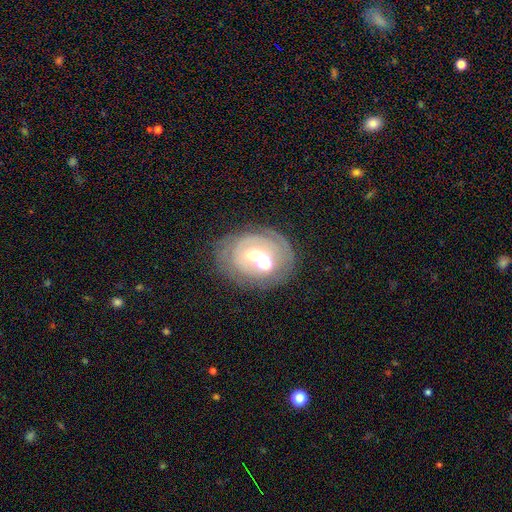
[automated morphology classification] A featured or disk galaxy (65%) with no bar (56%), no spiral arms (58%) and a moderate central bulge (61%). Merging: none (50%).